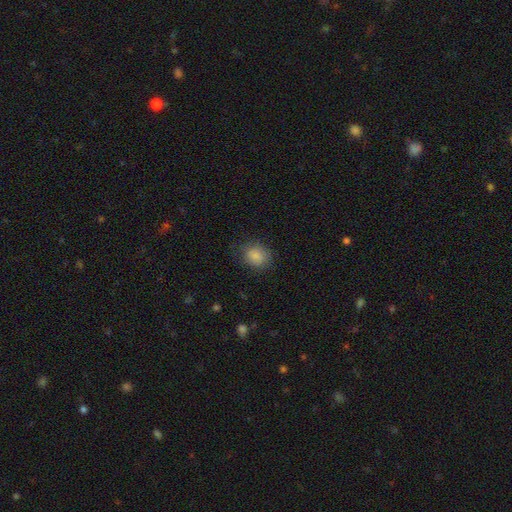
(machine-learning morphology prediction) type=smooth (86%); roundness=round (67%); merging=none (77%).